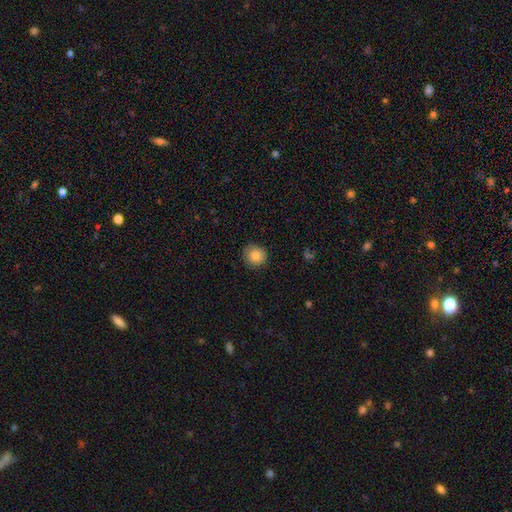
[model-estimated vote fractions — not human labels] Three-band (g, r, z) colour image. It shows a smooth galaxy with no disk features (83%) that is round (90%). Merging: none (87%).